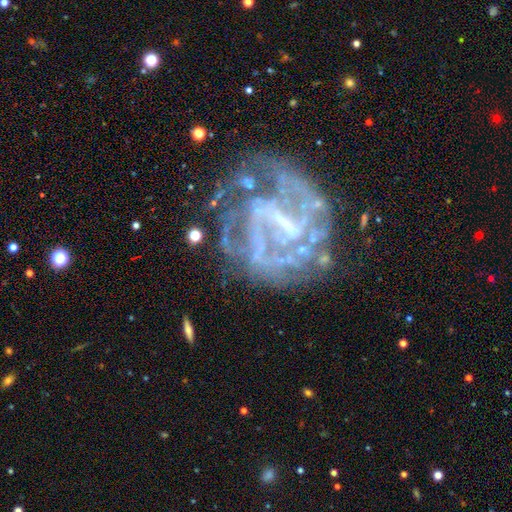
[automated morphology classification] Q: Smooth or featured?
A: featured or disk (85%); runner-up: star or artifact (9%)
Q: Edge-on disk?
A: no (98%); runner-up: yes (2%)
Q: Bar?
A: strong (48%); runner-up: weak (37%)
Q: Spiral arms?
A: yes (79%); runner-up: no (21%)
Q: Spiral winding?
A: medium (41%); runner-up: tight (36%)
Q: Spiral arm count?
A: can't tell (35%); runner-up: 2 (32%)
Q: Bulge size?
A: small (43%); runner-up: none (38%)
Q: Merging?
A: none (50%); runner-up: major disturbance (26%)